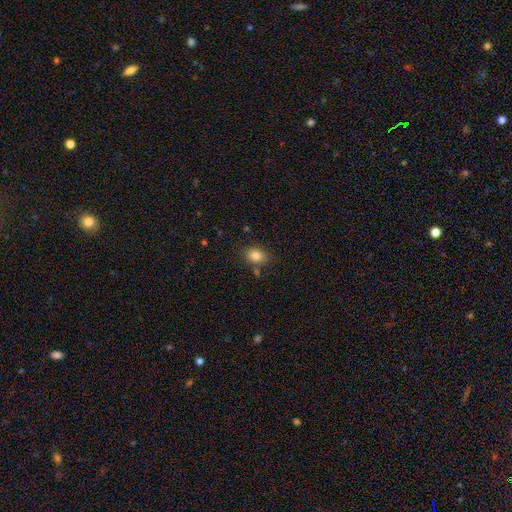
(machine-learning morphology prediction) A smooth galaxy with no disk features (83%) that is in between round and cigar-shaped (68%). Merging: none (77%).